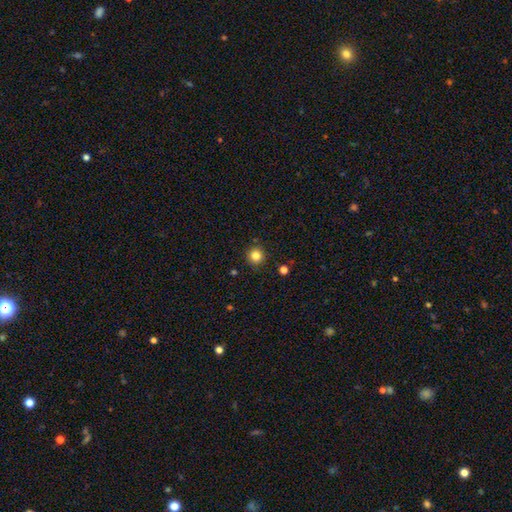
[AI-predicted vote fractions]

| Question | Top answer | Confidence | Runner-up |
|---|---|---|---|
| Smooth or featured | smooth | 83% | star or artifact (12%) |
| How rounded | round | 95% | in between (4%) |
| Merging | none | 91% | minor disturbance (6%) |